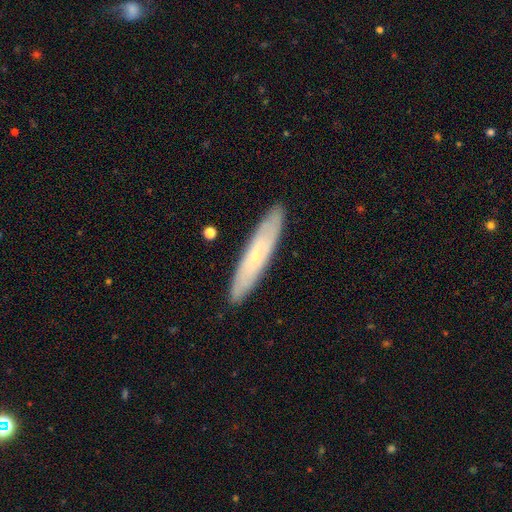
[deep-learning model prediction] smooth_or_featured: featured or disk (p=0.51) [alt: smooth p=0.42]
disk_edge_on: yes (p=0.58) [alt: no p=0.42]
merging: none (p=0.89) [alt: minor disturbance p=0.08]